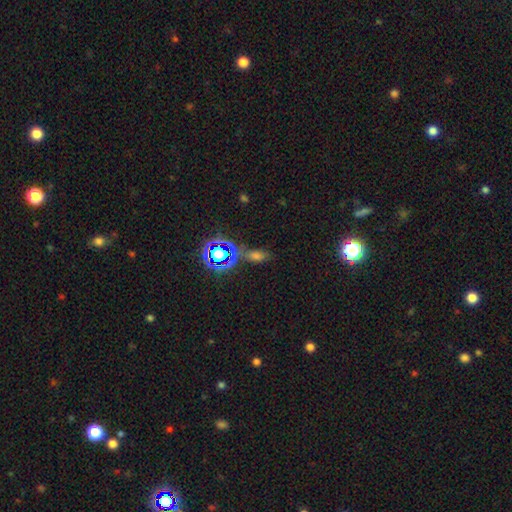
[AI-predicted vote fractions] A smooth galaxy with no disk features (50%) that is in between round and cigar-shaped (72%).

Vote fractions:
- Smooth or featured? smooth: 50% / star or artifact: 40% / featured or disk: 9%
- How rounded? in between: 72% / cigar-shaped: 14% / round: 14%
- Merging? none: 71% / minor disturbance: 15% / merger: 8% / major disturbance: 6%